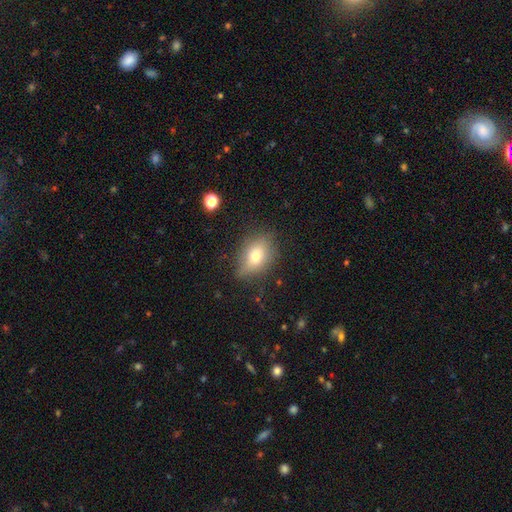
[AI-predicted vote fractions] A smooth galaxy with no disk features (66%) that is in between round and cigar-shaped (71%). Merging: none (72%).